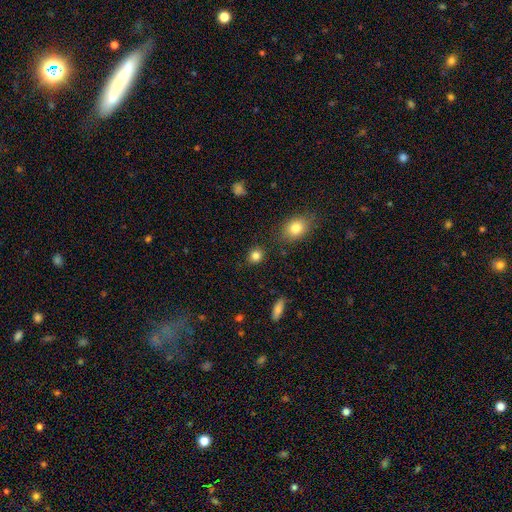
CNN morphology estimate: Smooth or featured? smooth (84%)
How rounded? round (83%)
Merging? none (87%)